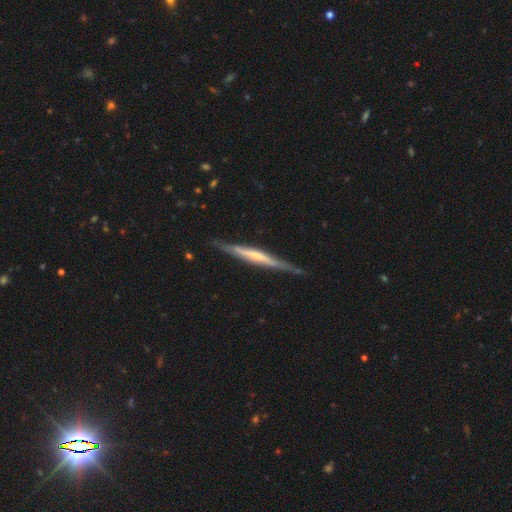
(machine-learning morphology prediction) This appears to be a featured or disk galaxy (66%) viewed edge-on (97%) with no central bulge (55%). Merging: none (83%).